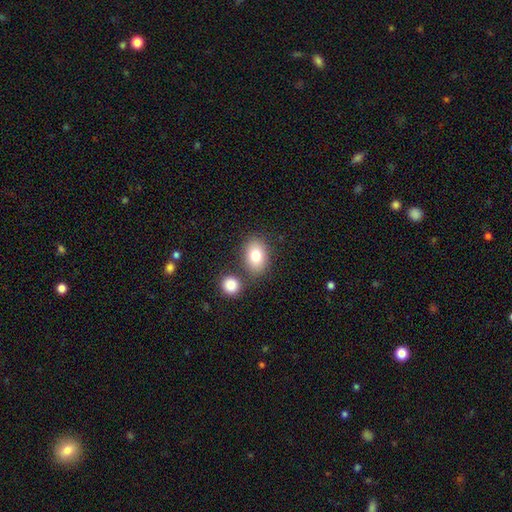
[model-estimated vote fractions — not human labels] Q: Smooth or featured?
A: smooth (80%); runner-up: featured or disk (11%)
Q: How rounded?
A: in between (74%); runner-up: round (25%)
Q: Merging?
A: none (71%); runner-up: merger (15%)